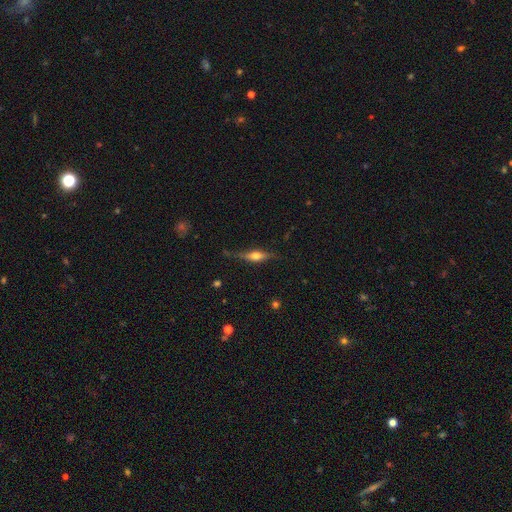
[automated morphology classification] Smooth or featured? featured or disk (62%)
Edge-on disk? yes (93%)
Edge-on bulge? rounded (88%)
Merging? none (76%)